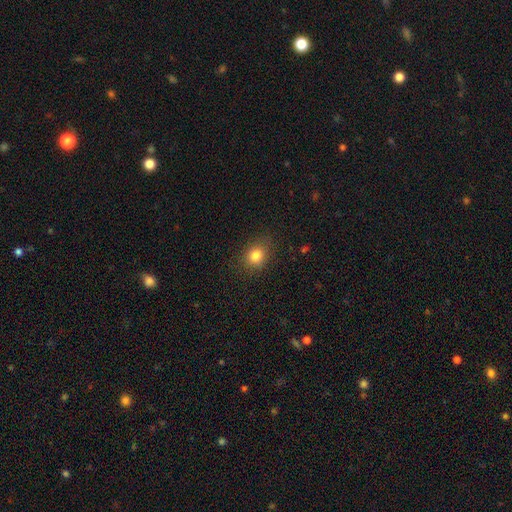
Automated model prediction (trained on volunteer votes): Q: Smooth or featured?
A: smooth (82%); runner-up: star or artifact (12%)
Q: How rounded?
A: round (62%); runner-up: in between (37%)
Q: Merging?
A: none (84%); runner-up: minor disturbance (12%)